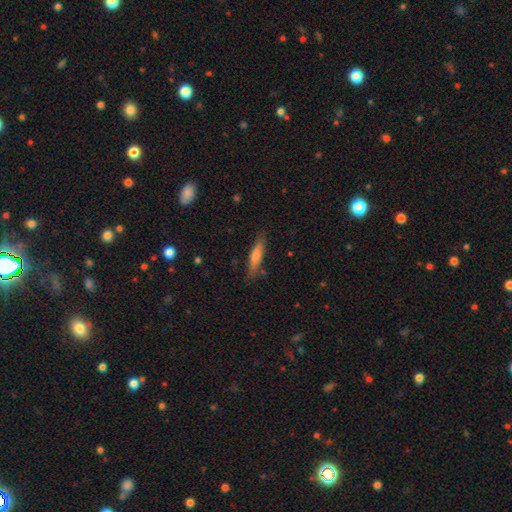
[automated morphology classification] Q: Smooth or featured?
A: smooth (57%); runner-up: featured or disk (37%)
Q: How rounded?
A: cigar-shaped (84%); runner-up: in between (14%)
Q: Merging?
A: none (84%); runner-up: minor disturbance (12%)